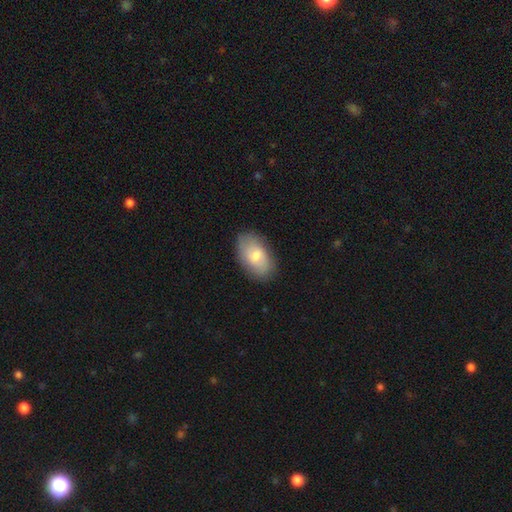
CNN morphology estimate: smooth_or_featured: smooth (p=0.67) [alt: featured or disk p=0.26]
how_rounded: in between (p=0.93) [alt: round p=0.05]
merging: none (p=0.82) [alt: minor disturbance p=0.14]